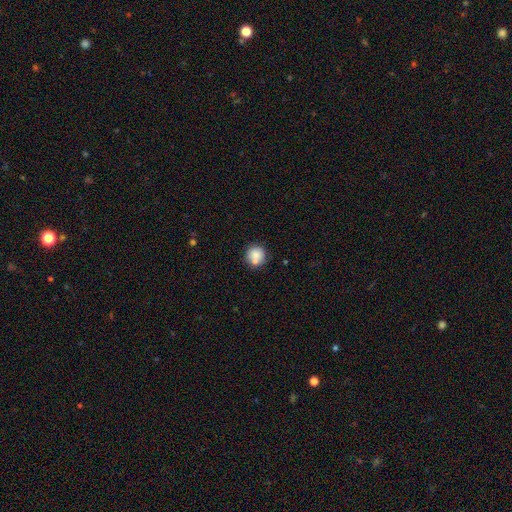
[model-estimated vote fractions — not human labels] Overall: smooth (81%). How rounded: round (91%). Merging: none (67%).